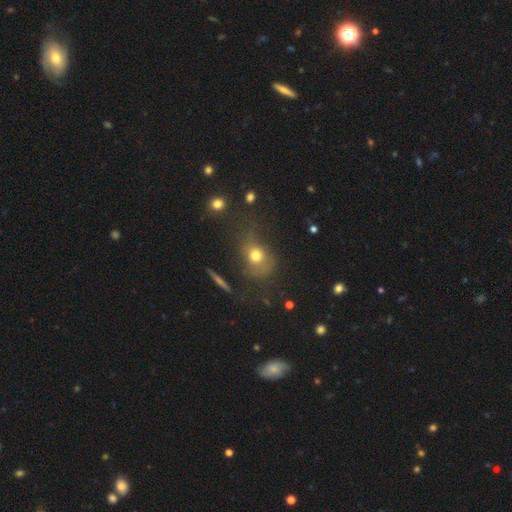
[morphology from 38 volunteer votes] A smooth galaxy with no disk features (76%) that is round (52%). Merging: major disturbance (39%).